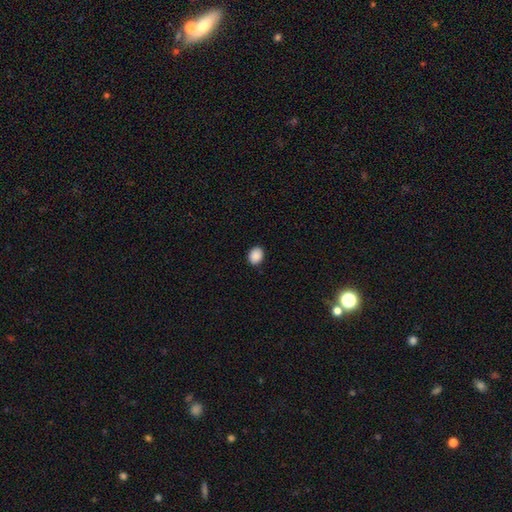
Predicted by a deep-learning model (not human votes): Overall: smooth (90%). How rounded: in between (52%; round 47%). Merging: none (90%).